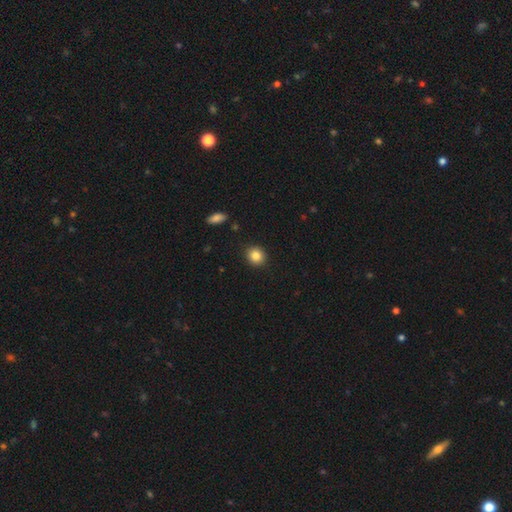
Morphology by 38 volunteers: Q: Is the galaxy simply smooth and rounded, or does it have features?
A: smooth — 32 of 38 (84%).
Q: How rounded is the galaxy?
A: round — 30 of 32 (94%).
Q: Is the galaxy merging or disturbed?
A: none — 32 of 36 (89%).